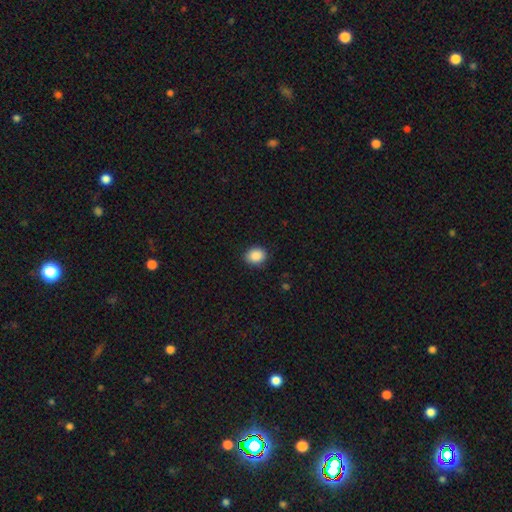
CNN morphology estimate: A smooth galaxy with no disk features (89%) that is round (54%).

Vote fractions:
- Smooth or featured? smooth: 89% / star or artifact: 8% / featured or disk: 3%
- How rounded? round: 54% / in between: 45% / cigar-shaped: 1%
- Merging? none: 87% / minor disturbance: 10% / major disturbance: 2% / merger: 1%